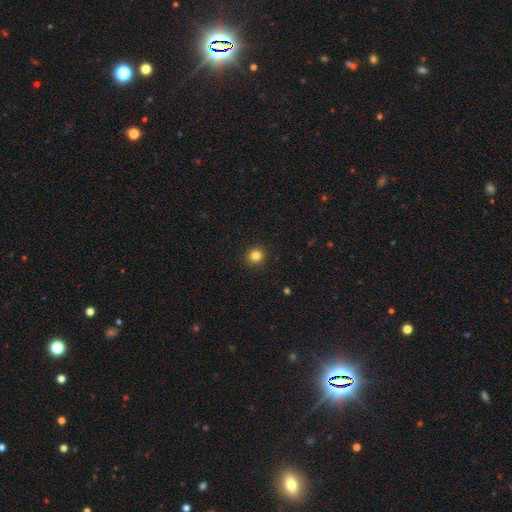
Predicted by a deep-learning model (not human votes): smooth 83%, star or artifact 12%, featured or disk 5%. Down the decision tree: how rounded — round (89%); merging — none (92%).